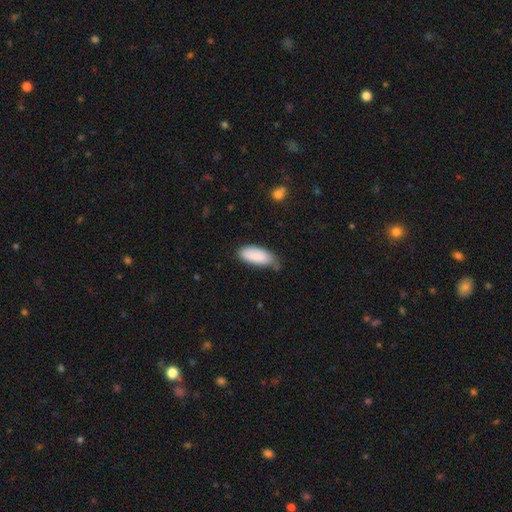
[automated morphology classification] A smooth galaxy with no disk features (89%) that is in between round and cigar-shaped (86%).

Vote fractions:
- Smooth or featured? smooth: 89% / star or artifact: 6% / featured or disk: 5%
- How rounded? in between: 86% / cigar-shaped: 12% / round: 2%
- Merging? none: 49% / minor disturbance: 40% / major disturbance: 8% / merger: 3%